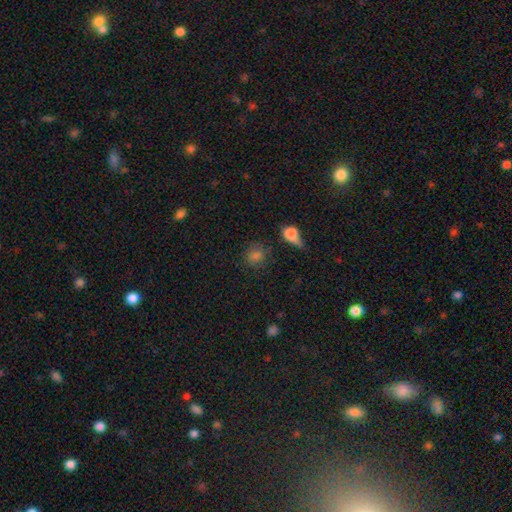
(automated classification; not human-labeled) The model was most divided on "smooth or featured": smooth: 73%, star or artifact: 18%, featured or disk: 10%. More confident: how rounded — round (79%); merging — none (75%).